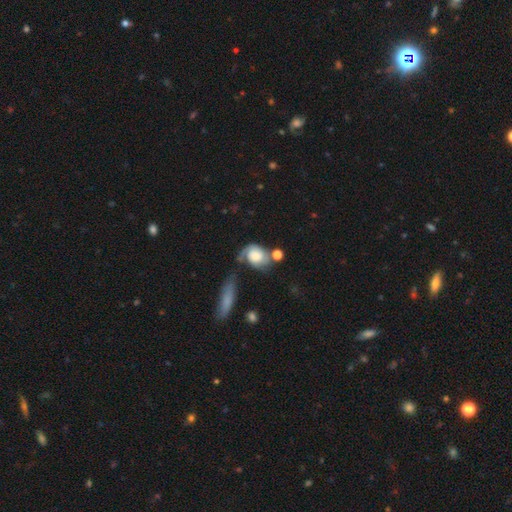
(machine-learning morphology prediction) Smooth or featured? Predicted: featured or disk (p=0.53). Edge-on disk? Predicted: no (p=0.95). Bar? Predicted: no (p=0.76). Spiral arms? Predicted: yes (p=0.84). Bulge size? Predicted: large (p=0.37). Merging? Predicted: none (p=0.33).